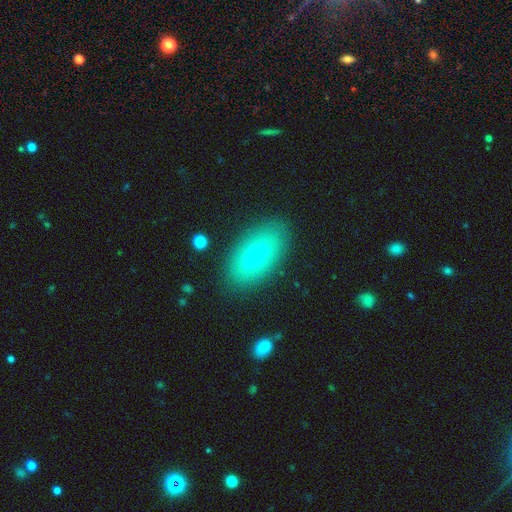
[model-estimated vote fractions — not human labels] smooth 56%, featured or disk 36%, star or artifact 8%. Down the decision tree: how rounded — in between (88%); merging — none (85%).